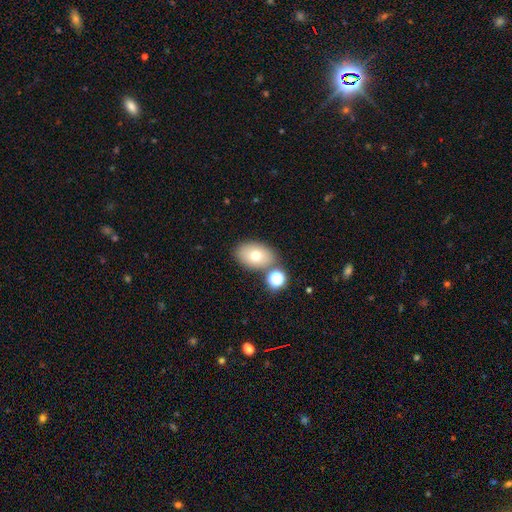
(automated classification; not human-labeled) Smooth or featured? Predicted: smooth (p=0.72). How rounded? Predicted: in between (p=0.82). Merging? Predicted: none (p=0.74).